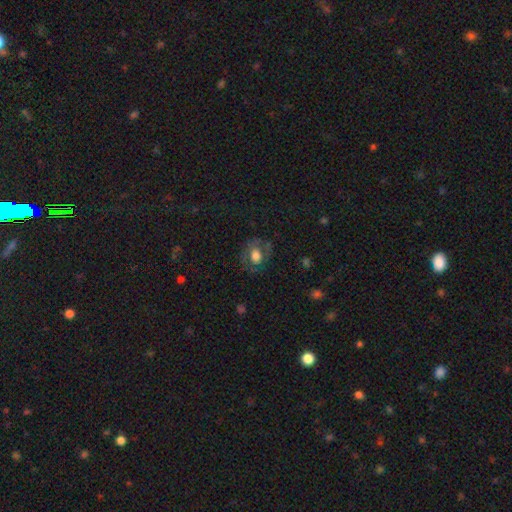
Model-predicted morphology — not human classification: Smooth or featured? Predicted: smooth (p=0.53). How rounded? Predicted: in between (p=0.53). Merging? Predicted: none (p=0.68).